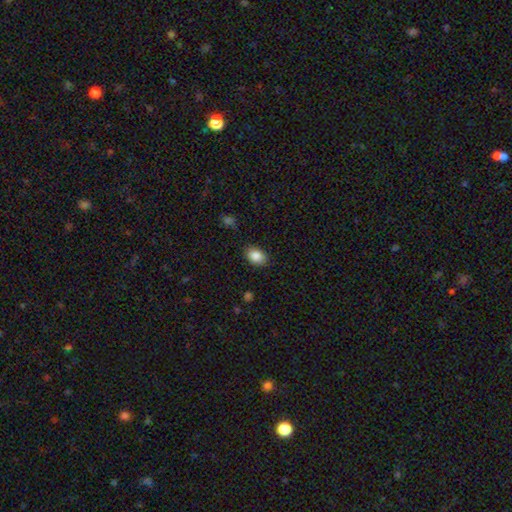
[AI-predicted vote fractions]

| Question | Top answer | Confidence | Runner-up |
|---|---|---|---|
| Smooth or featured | smooth | 87% | star or artifact (8%) |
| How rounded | in between | 76% | round (23%) |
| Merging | none | 85% | minor disturbance (11%) |